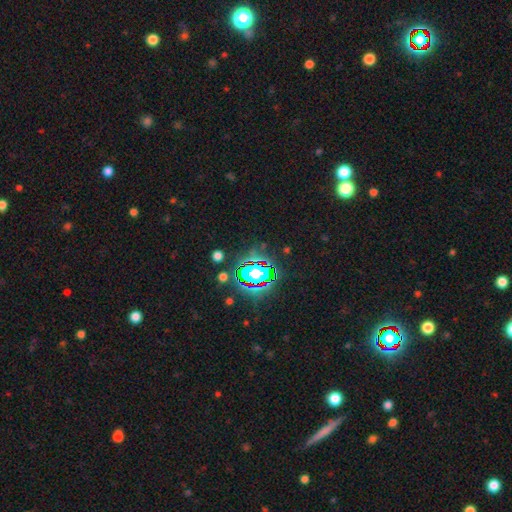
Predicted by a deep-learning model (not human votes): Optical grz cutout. It shows a star or artifact, not a galaxy (81%).